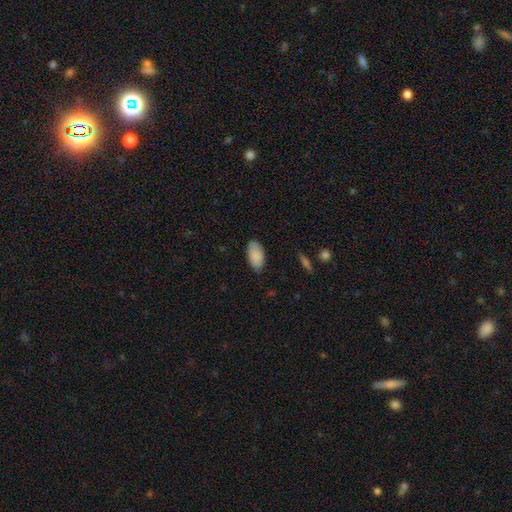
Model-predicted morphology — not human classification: A smooth galaxy with no disk features (88%) that is in between round and cigar-shaped (95%).

Vote fractions:
- Smooth or featured? smooth: 88% / star or artifact: 7% / featured or disk: 6%
- How rounded? in between: 95% / round: 3% / cigar-shaped: 3%
- Merging? none: 76% / minor disturbance: 19% / major disturbance: 3% / merger: 1%